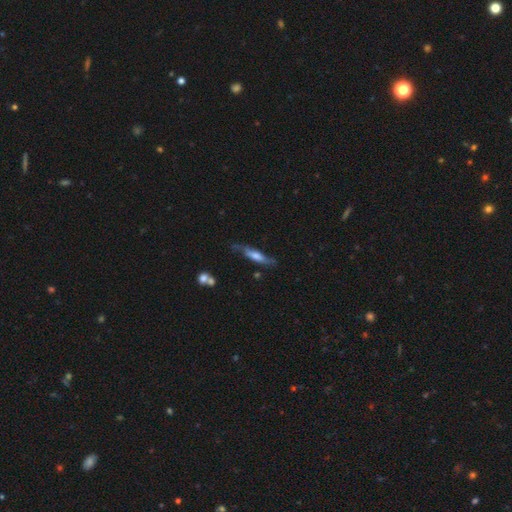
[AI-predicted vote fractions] This is possibly a featured or disk galaxy (52%). It is likely viewed edge-on (71%). Merging: likely none (64%).